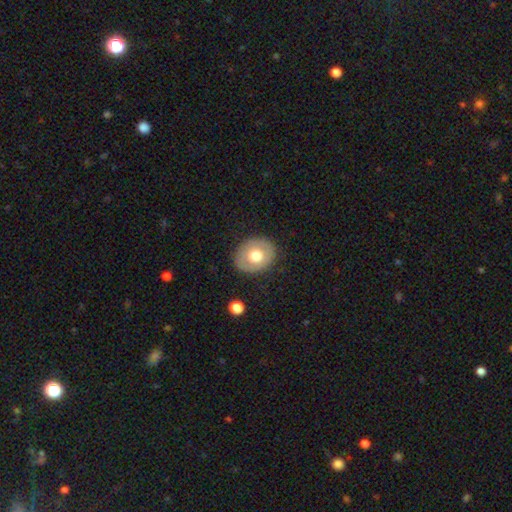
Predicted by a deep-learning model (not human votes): A smooth galaxy with no disk features (63%) that is round (54%).

Vote fractions:
- Smooth or featured? smooth: 63% / featured or disk: 30% / star or artifact: 7%
- How rounded? round: 54% / in between: 45% / cigar-shaped: 1%
- Merging? none: 86% / minor disturbance: 10% / major disturbance: 3% / merger: 1%